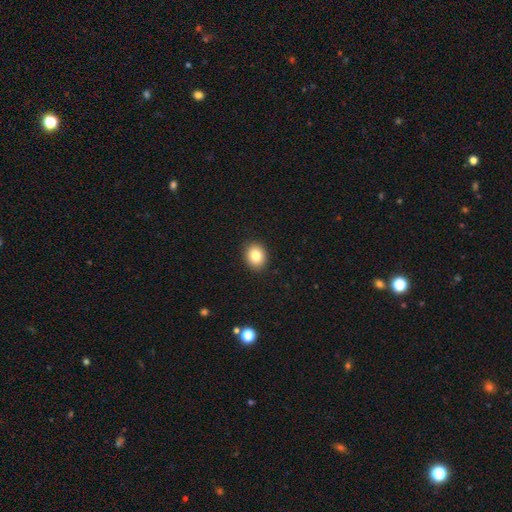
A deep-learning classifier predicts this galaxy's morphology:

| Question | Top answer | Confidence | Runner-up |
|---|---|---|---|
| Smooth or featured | smooth | 83% | star or artifact (9%) |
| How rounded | round | 55% | in between (44%) |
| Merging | none | 91% | minor disturbance (6%) |